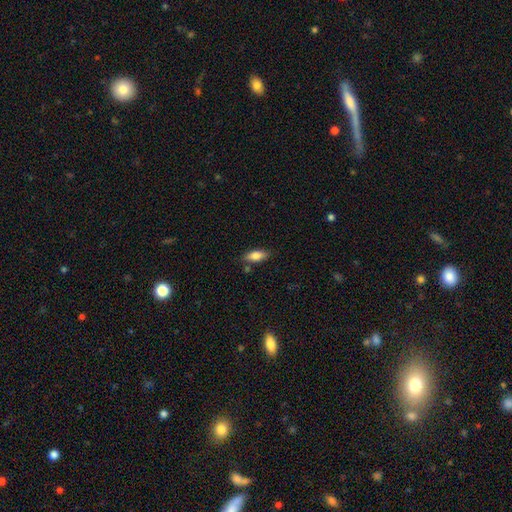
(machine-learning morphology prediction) Smooth or featured: smooth — 81% (featured or disk — 12%)
How rounded: in between — 81% (cigar-shaped — 17%)
Merging: none — 78% (minor disturbance — 14%)